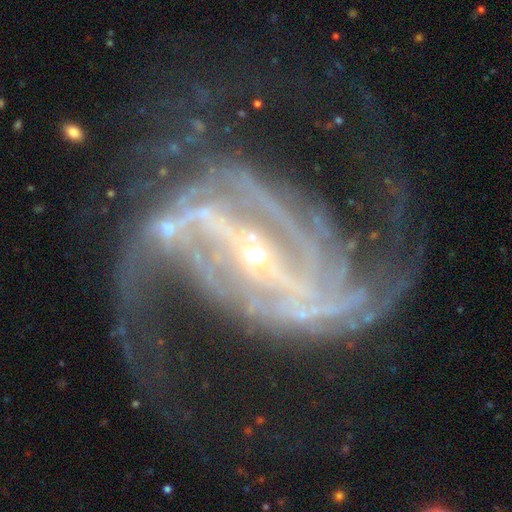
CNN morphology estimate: smooth_or_featured: featured or disk (p=0.92) [alt: star or artifact p=0.06]
disk_edge_on: no (p=0.96) [alt: yes p=0.04]
bar: strong (p=0.70) [alt: weak p=0.20]
has_spiral_arms: yes (p=0.97) [alt: no p=0.03]
spiral_winding: medium (p=0.45) [alt: loose p=0.37]
spiral_arm_count: 2 (p=0.57) [alt: 3 p=0.13]
bulge_size: small (p=0.83) [alt: moderate p=0.13]
merging: none (p=0.48) [alt: major disturbance p=0.32]